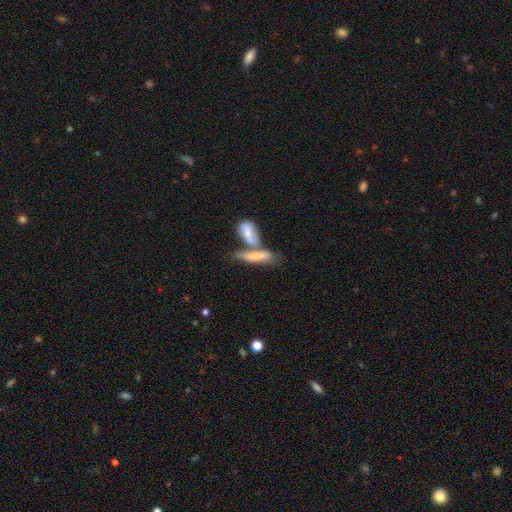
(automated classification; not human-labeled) This is possibly a smooth galaxy (56%). How rounded: likely cigar-shaped (64%). Merging: possibly merger (52%).